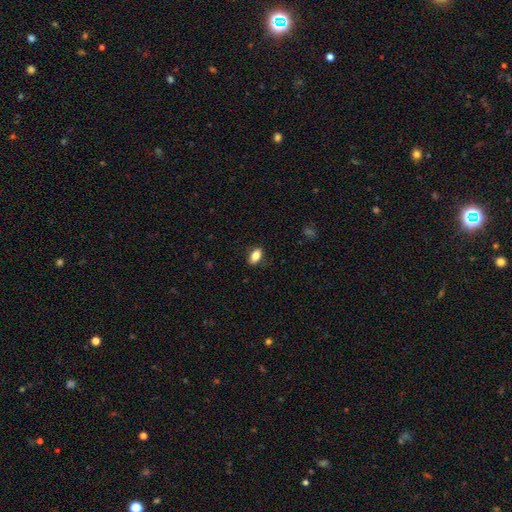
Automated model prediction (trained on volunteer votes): The model was most divided on "smooth or featured": smooth: 84%, featured or disk: 8%, star or artifact: 8%. More confident: how rounded — in between (88%); merging — none (86%).